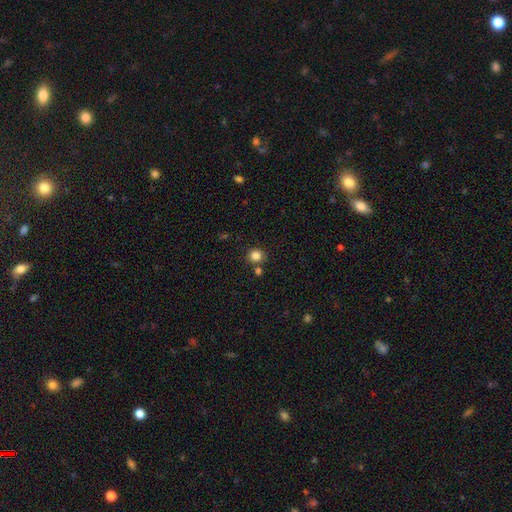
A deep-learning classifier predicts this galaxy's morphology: A smooth galaxy with no disk features (83%) that is round (90%).

Vote fractions:
- Smooth or featured? smooth: 83% / star or artifact: 12% / featured or disk: 5%
- How rounded? round: 90% / in between: 9% / cigar-shaped: 1%
- Merging? none: 77% / merger: 11% / minor disturbance: 9% / major disturbance: 3%